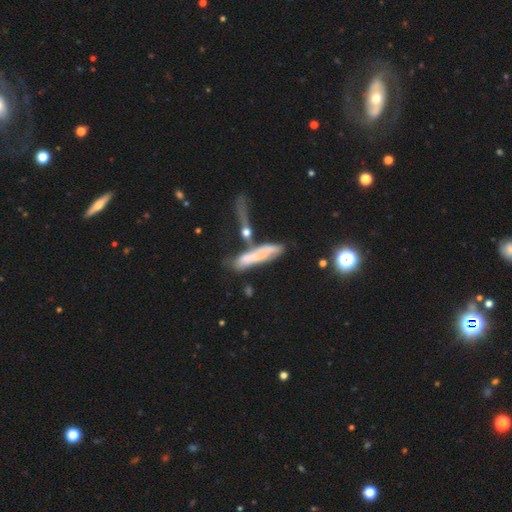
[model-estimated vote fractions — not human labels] This is possibly a smooth galaxy (47%). Merging: marginally none (38%).